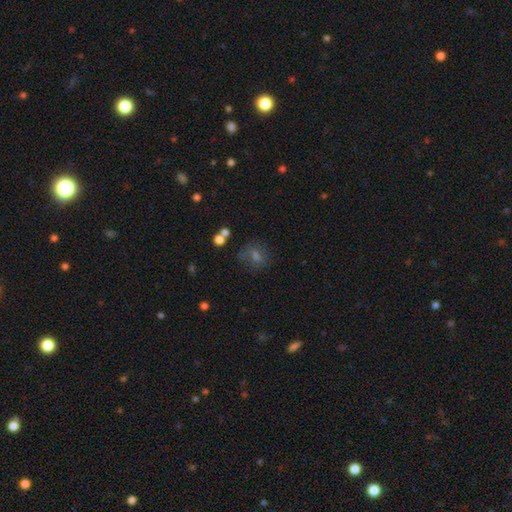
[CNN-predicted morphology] Overall: smooth (52%; star or artifact 28%). How rounded: round (68%; in between 30%). Merging: none (69%).